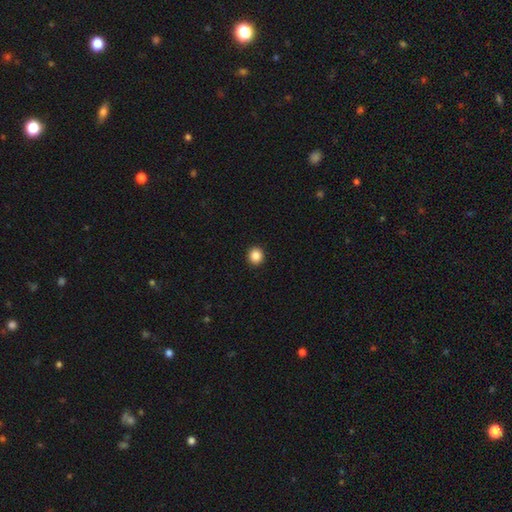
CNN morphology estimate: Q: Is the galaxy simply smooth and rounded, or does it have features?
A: smooth — 86%.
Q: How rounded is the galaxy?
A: round — 92%.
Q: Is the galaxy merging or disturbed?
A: none — 94%.